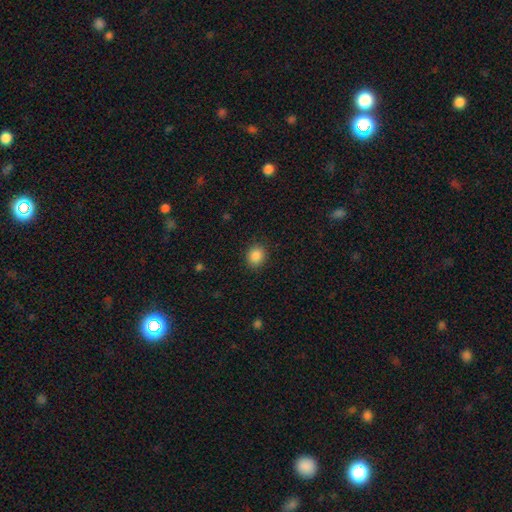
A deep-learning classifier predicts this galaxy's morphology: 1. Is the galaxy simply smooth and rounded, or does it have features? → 87% smooth, 10% star or artifact, 3% featured or disk.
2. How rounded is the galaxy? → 73% round, 26% in between, 1% cigar-shaped.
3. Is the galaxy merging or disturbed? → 89% none, 8% minor disturbance, 3% major disturbance, 1% merger.